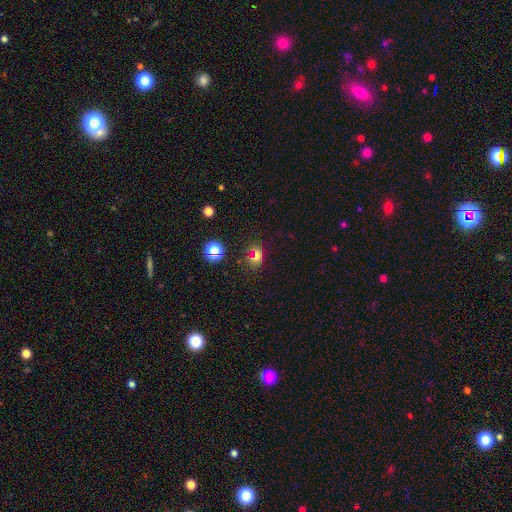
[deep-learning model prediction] Smooth or featured?
  - smooth: 59% *
  - star or artifact: 28%
  - featured or disk: 13%
How rounded?
  - round: 54% *
  - in between: 44%
  - cigar-shaped: 2%
Merging?
  - none: 56% *
  - merger: 18%
  - minor disturbance: 17%
  - major disturbance: 9%